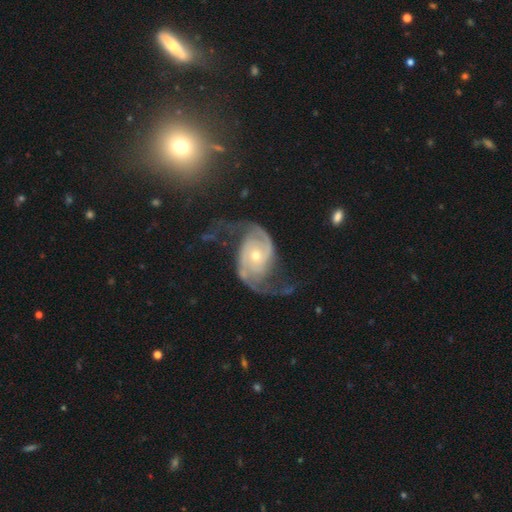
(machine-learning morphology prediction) Q: Smooth or featured?
A: featured or disk (91%); runner-up: star or artifact (5%)
Q: Edge-on disk?
A: no (98%); runner-up: yes (2%)
Q: Bar?
A: no (67%); runner-up: weak (23%)
Q: Spiral arms?
A: yes (98%); runner-up: no (2%)
Q: Spiral winding?
A: medium (44%); runner-up: loose (37%)
Q: Spiral arm count?
A: 2 (92%); runner-up: can't tell (2%)
Q: Bulge size?
A: small (53%); runner-up: moderate (43%)
Q: Merging?
A: none (61%); runner-up: minor disturbance (18%)